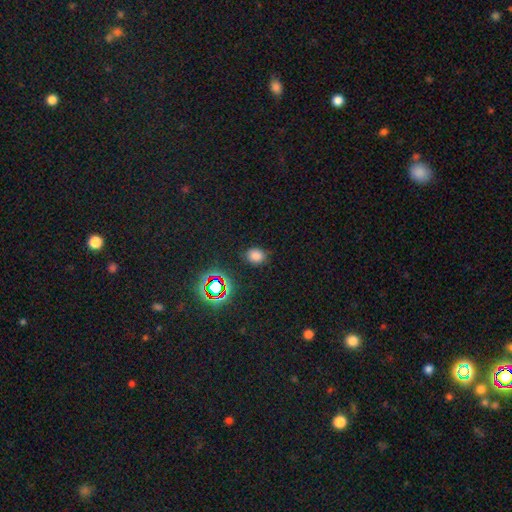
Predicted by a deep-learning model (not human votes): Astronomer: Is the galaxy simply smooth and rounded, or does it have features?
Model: smooth — 74%.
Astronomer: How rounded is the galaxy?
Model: round — 50% (runner-up: in between, 49%).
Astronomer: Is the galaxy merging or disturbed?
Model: none — 81%.